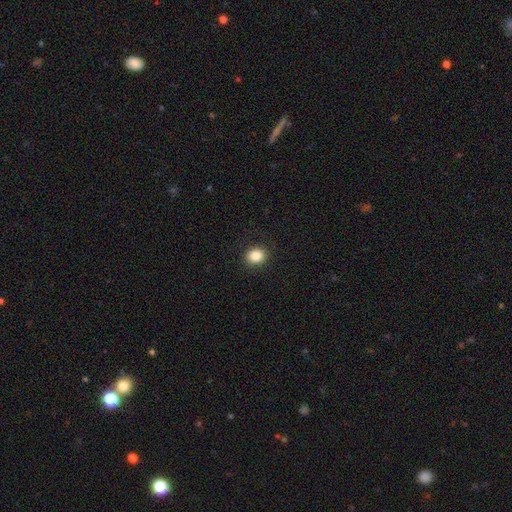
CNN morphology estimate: Smooth or featured?
  - smooth: 85% *
  - star or artifact: 10%
  - featured or disk: 5%
How rounded?
  - round: 65% *
  - in between: 34%
  - cigar-shaped: 1%
Merging?
  - none: 90% *
  - minor disturbance: 7%
  - major disturbance: 2%
  - merger: 1%